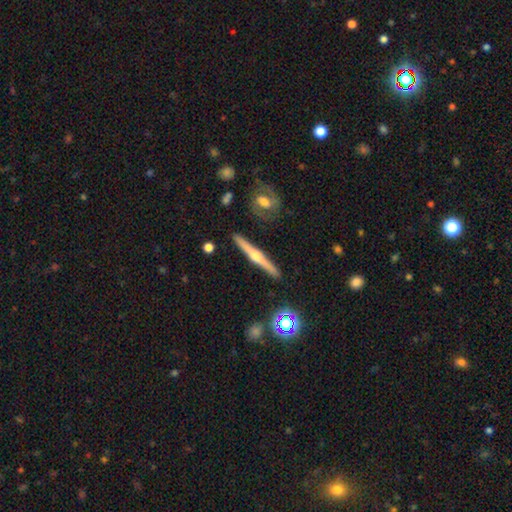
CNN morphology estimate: The model was most divided on "smooth or featured": featured or disk: 73%, smooth: 21%, star or artifact: 7%. More confident: edge-on disk — yes (98%); edge-on bulge — rounded (91%); merging — none (91%).